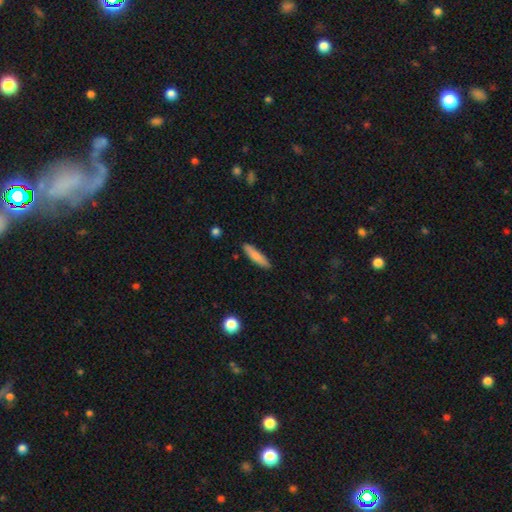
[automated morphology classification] The model was most divided on "how rounded": cigar-shaped: 81%, in between: 18%, round: 1%. More confident: merging — none (88%); smooth or featured — smooth (82%).